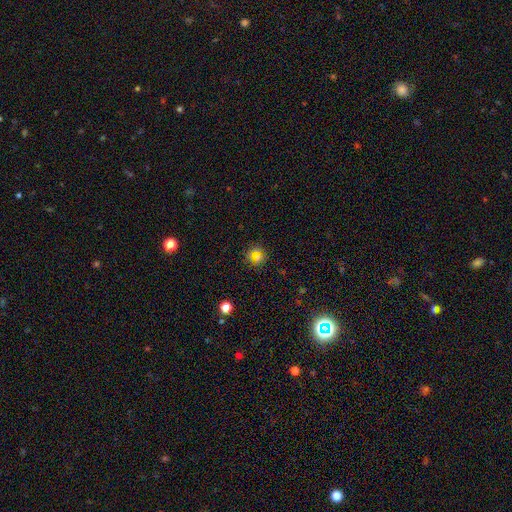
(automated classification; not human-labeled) A smooth galaxy with no disk features (63%) that is round (91%). Merging: none (86%).